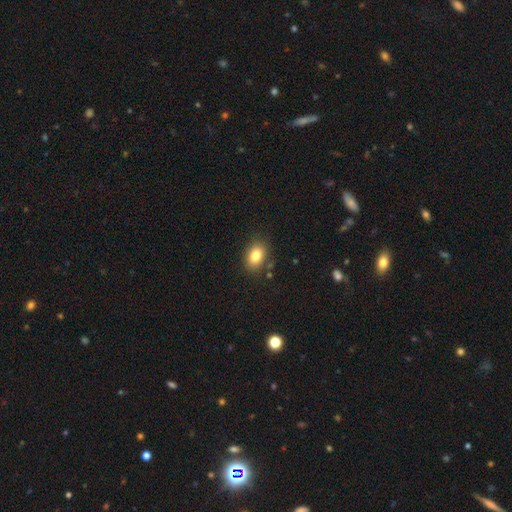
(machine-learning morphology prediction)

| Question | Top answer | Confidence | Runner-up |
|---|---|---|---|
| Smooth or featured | smooth | 82% | star or artifact (10%) |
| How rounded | in between | 77% | round (22%) |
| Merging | none | 82% | minor disturbance (12%) |